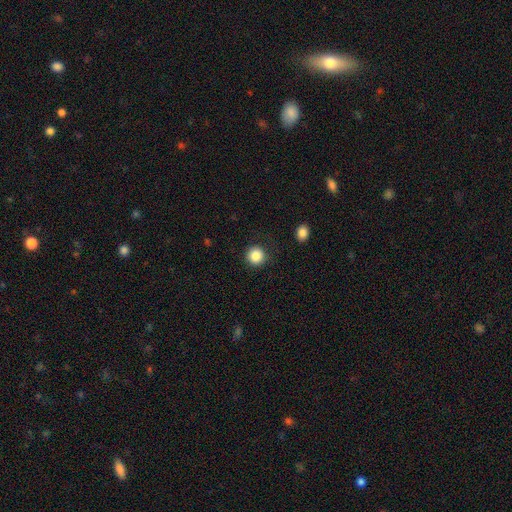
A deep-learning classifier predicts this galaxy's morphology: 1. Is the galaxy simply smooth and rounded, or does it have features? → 86% smooth, 10% star or artifact, 4% featured or disk.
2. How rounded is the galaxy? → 94% round, 5% in between, 1% cigar-shaped.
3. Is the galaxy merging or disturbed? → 88% none, 7% minor disturbance, 3% major disturbance, 1% merger.